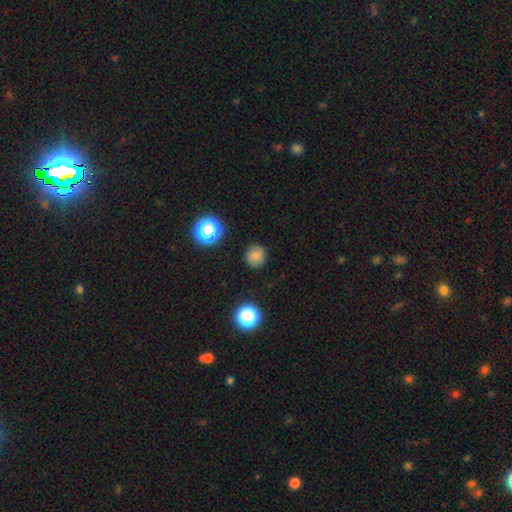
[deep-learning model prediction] Morphology: type=smooth (77%); roundness=round (91%); merging=none (87%).